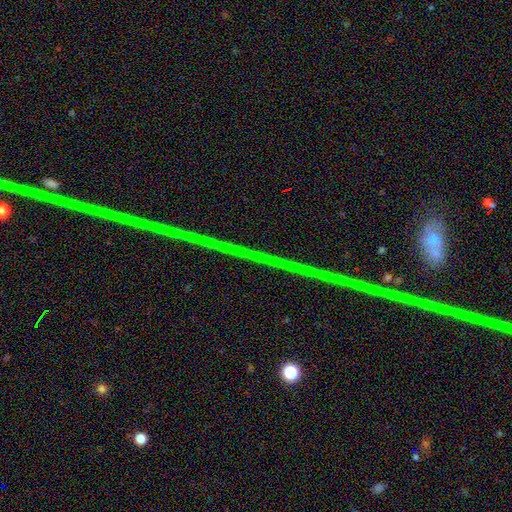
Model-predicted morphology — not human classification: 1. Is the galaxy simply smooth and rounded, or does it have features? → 78% star or artifact, 15% featured or disk, 7% smooth.